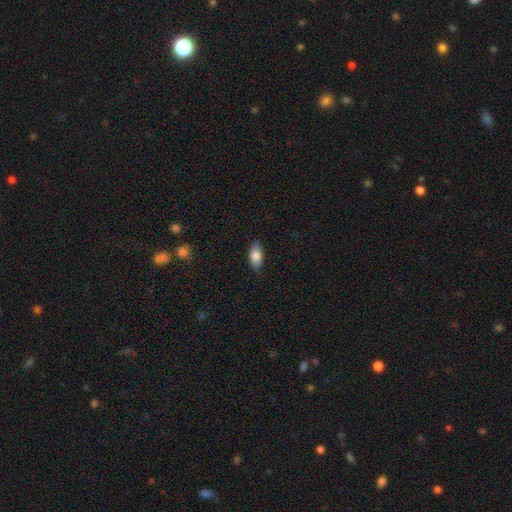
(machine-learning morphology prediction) smooth-or-featured: smooth: 83% | featured or disk: 10% | star or artifact: 7%
  how-rounded: in between: 89% | cigar-shaped: 7% | round: 3%
  merging: none: 86% | minor disturbance: 11% | major disturbance: 2% | merger: 1%